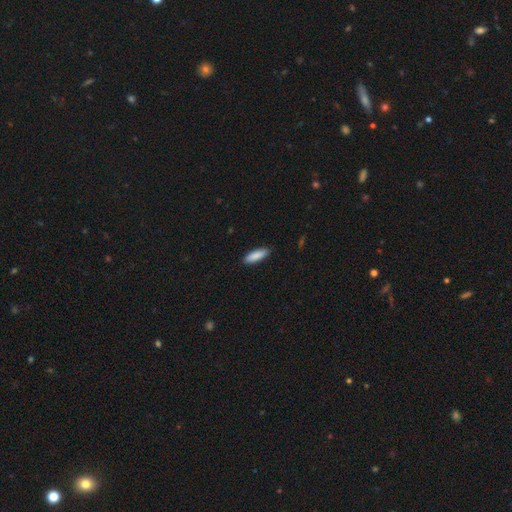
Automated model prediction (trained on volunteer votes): Smooth or featured: smooth — 88% (featured or disk — 7%)
How rounded: cigar-shaped — 52% (in between — 47%)
Merging: none — 90% (minor disturbance — 8%)